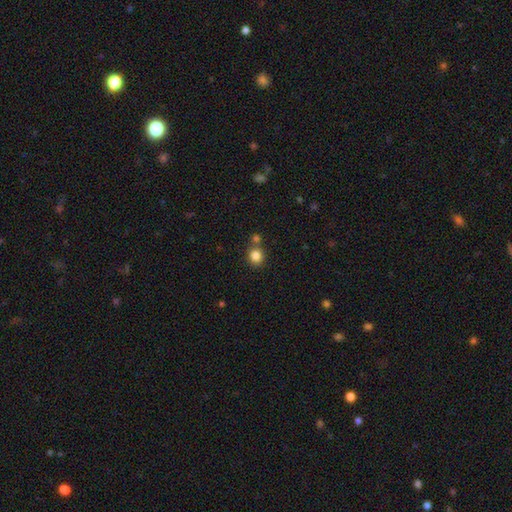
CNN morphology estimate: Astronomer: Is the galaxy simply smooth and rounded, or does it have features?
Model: smooth — 84%.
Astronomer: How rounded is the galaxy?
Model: round — 82%.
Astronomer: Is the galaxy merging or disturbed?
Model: none — 70%.